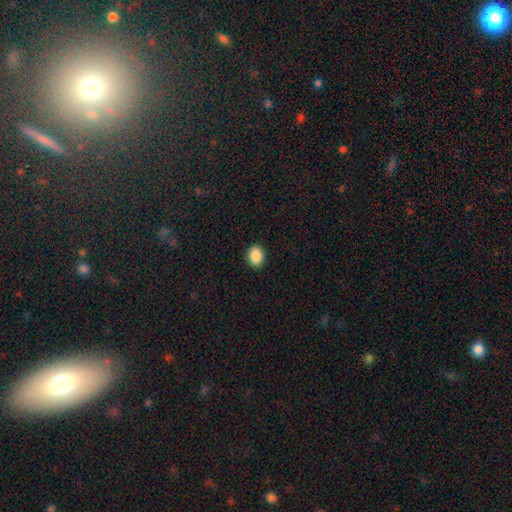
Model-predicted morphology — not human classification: Smooth or featured? smooth (89%)
How rounded? in between (52%)
Merging? none (91%)